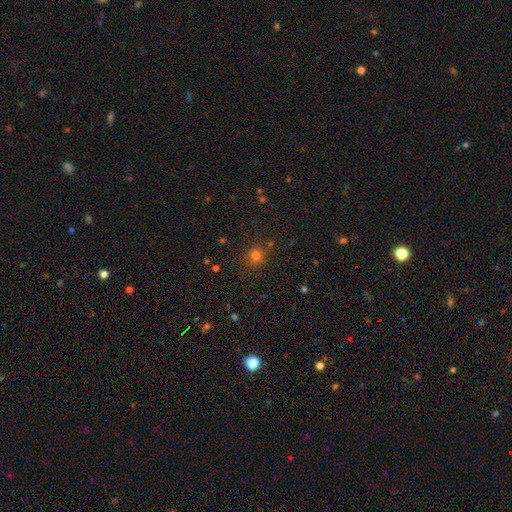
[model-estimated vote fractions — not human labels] A smooth galaxy with no disk features (75%) that is round (92%).

Vote fractions:
- Smooth or featured? smooth: 75% / star or artifact: 19% / featured or disk: 5%
- How rounded? round: 92% / in between: 7% / cigar-shaped: 1%
- Merging? none: 85% / minor disturbance: 9% / major disturbance: 3% / merger: 3%